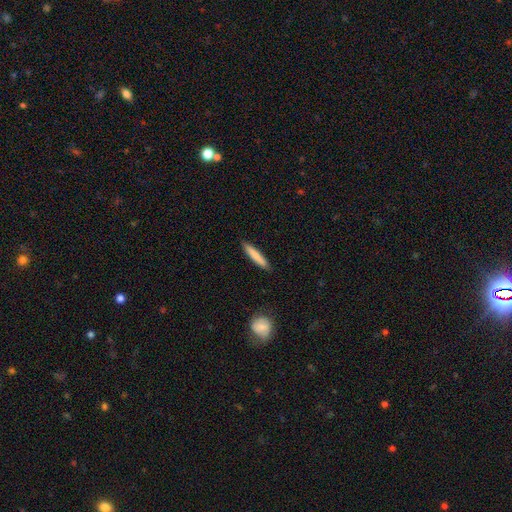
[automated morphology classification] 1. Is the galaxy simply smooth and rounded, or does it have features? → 78% smooth, 17% featured or disk, 5% star or artifact.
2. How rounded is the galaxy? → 92% cigar-shaped, 6% in between, 1% round.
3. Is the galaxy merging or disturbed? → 89% none, 8% minor disturbance, 2% major disturbance, 1% merger.